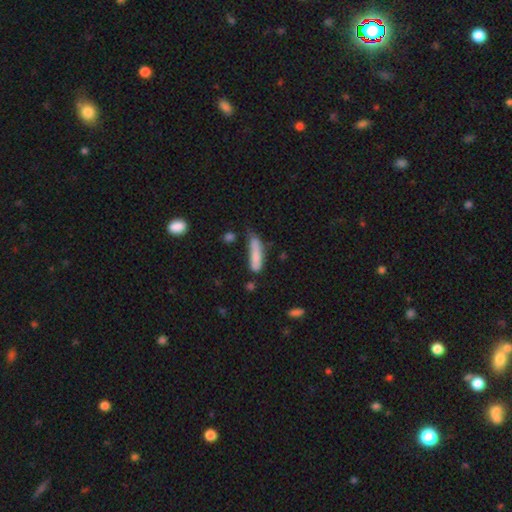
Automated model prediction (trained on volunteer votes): This is likely a smooth galaxy (78%). How rounded: likely cigar-shaped (73%). Merging: marginally none (44%).